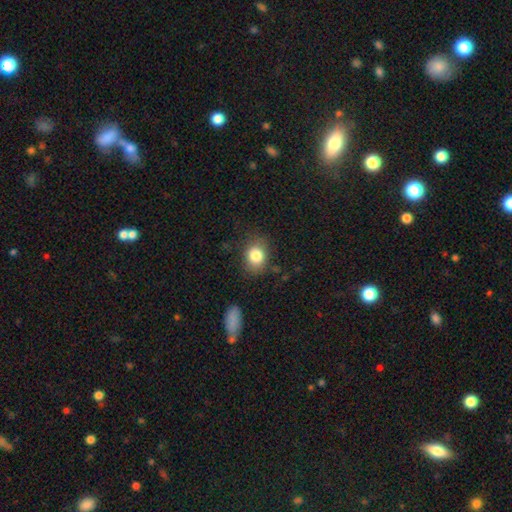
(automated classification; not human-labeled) Overall: smooth (83%). How rounded: round (53%; in between 46%). Merging: none (77%).